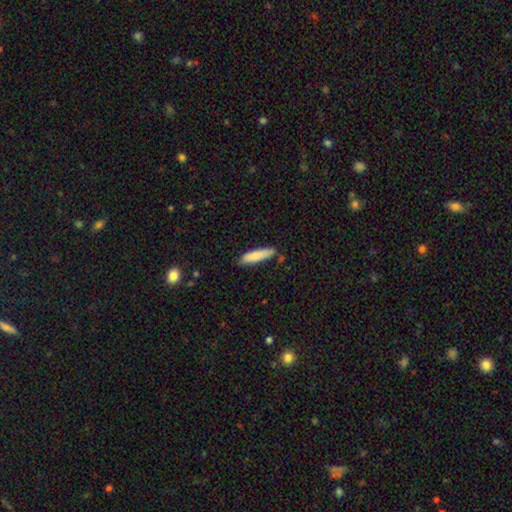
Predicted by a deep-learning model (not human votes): A smooth galaxy with no disk features (81%) that is cigar-shaped (75%). Merging: none (82%).